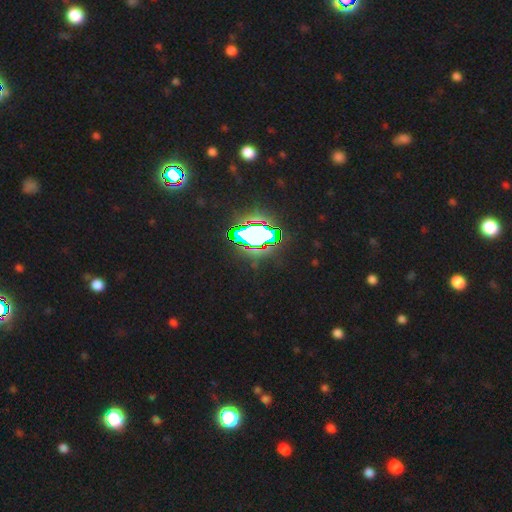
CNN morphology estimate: star or artifact 83%, smooth 10%, featured or disk 7%.